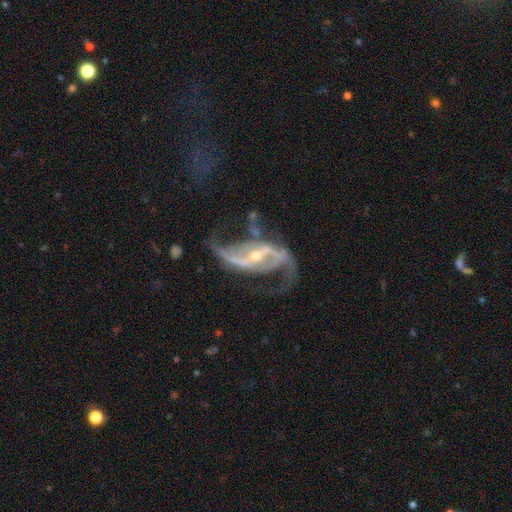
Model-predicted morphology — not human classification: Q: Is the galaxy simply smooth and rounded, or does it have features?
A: featured or disk — 92%.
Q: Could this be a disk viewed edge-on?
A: no — 96%.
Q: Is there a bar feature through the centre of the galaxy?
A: strong — 53%.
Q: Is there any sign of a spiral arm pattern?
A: yes — 97%.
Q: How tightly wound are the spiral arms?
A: loose — 65%.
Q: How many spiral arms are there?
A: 2 — 91%.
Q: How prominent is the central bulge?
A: small — 60%.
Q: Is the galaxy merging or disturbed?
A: none — 54%.